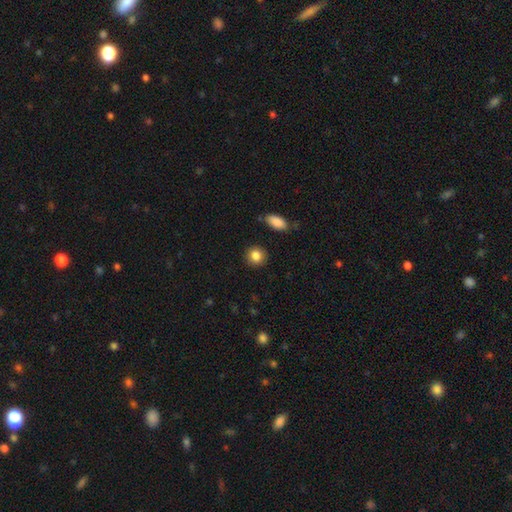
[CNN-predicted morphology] type=smooth (86%); roundness=round (85%); merging=none (88%).